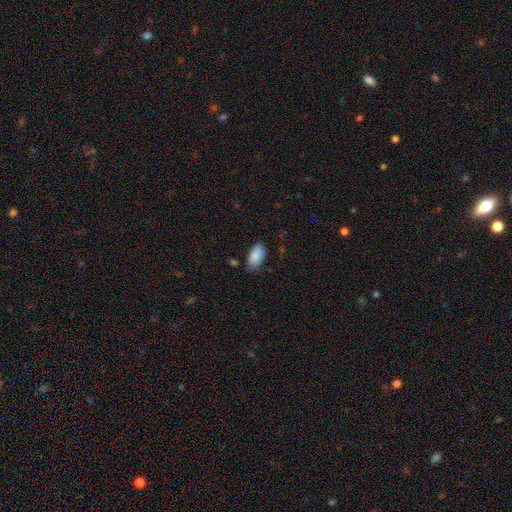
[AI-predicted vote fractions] Smooth or featured?
  - smooth: 87% *
  - star or artifact: 7%
  - featured or disk: 6%
How rounded?
  - in between: 94% *
  - cigar-shaped: 3%
  - round: 3%
Merging?
  - none: 70% *
  - minor disturbance: 23%
  - major disturbance: 4%
  - merger: 3%